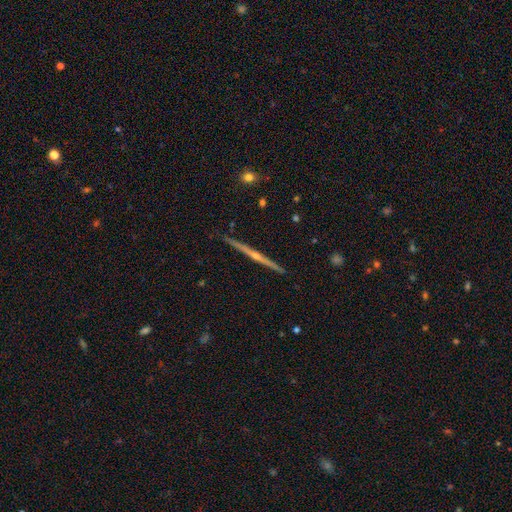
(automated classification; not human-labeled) Overall: featured or disk (84%). Edge-on disk: yes (99%). Edge-on bulge: rounded (83%). Merging: none (92%).